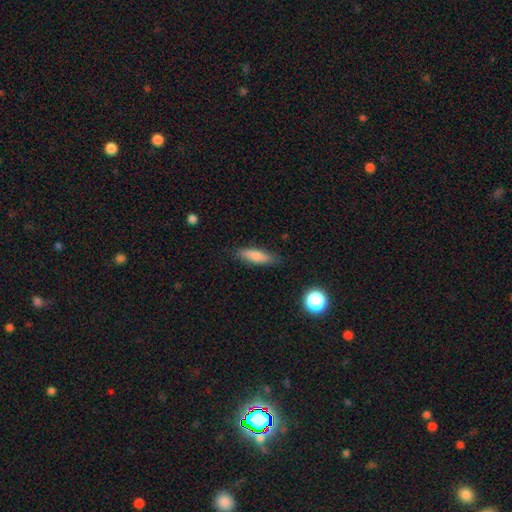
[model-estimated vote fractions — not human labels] Smooth or featured? smooth (80%)
How rounded? cigar-shaped (58%)
Merging? none (82%)